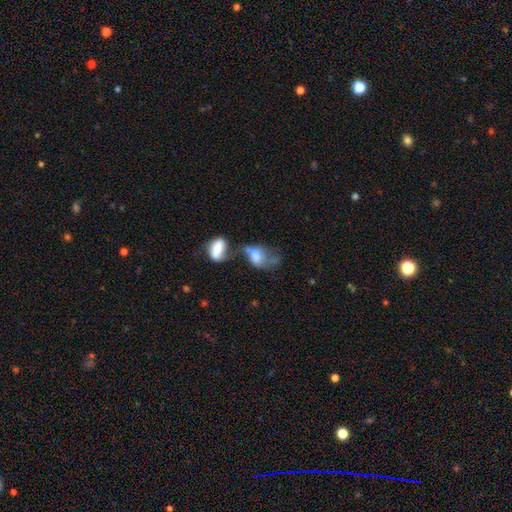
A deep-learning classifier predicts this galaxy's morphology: This appears to be a smooth galaxy with no disk features (60%) that is in between round and cigar-shaped (85%). Merging: merger (47%).